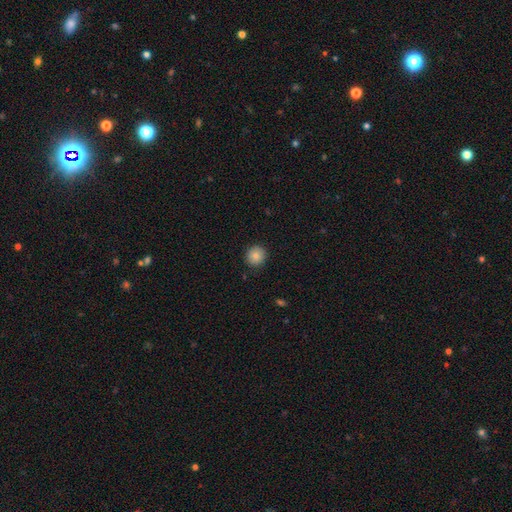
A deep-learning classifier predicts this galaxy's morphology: Q: Smooth or featured?
A: smooth (84%); runner-up: star or artifact (9%)
Q: How rounded?
A: round (89%); runner-up: in between (10%)
Q: Merging?
A: none (90%); runner-up: minor disturbance (7%)